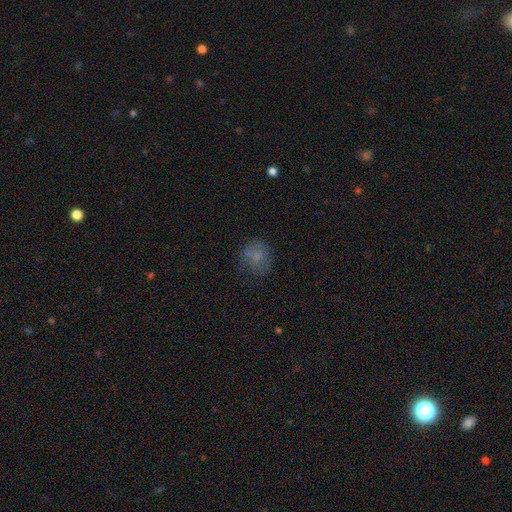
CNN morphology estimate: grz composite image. It shows a smooth galaxy with no disk features (69%) that is round (73%). Merging: none (59%).